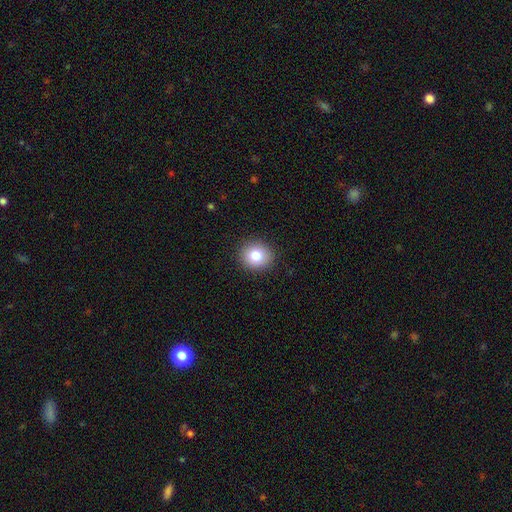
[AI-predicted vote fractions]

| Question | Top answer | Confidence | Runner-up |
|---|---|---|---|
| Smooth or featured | smooth | 81% | star or artifact (10%) |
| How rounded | round | 81% | in between (18%) |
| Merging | none | 91% | minor disturbance (6%) |